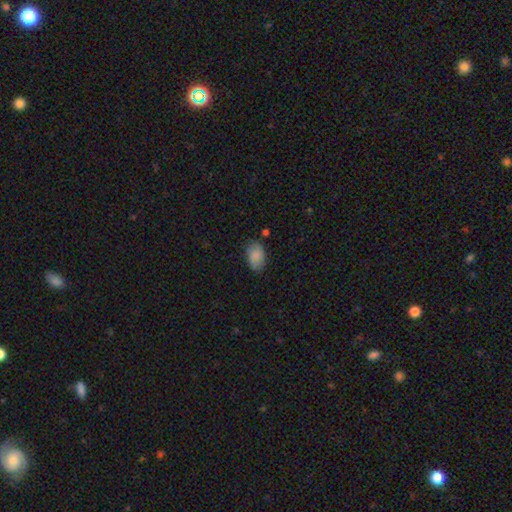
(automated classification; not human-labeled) smooth 84%, featured or disk 9%, star or artifact 7%. Down the decision tree: how rounded — in between (91%); merging — none (76%).